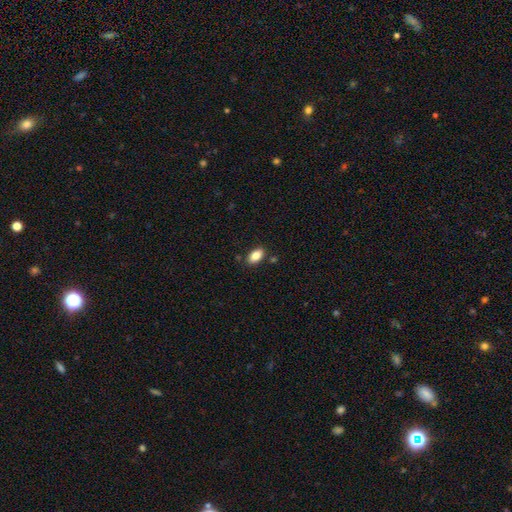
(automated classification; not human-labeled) This is clearly a smooth galaxy (85%). How rounded: clearly in between (92%). Merging: clearly none (84%).